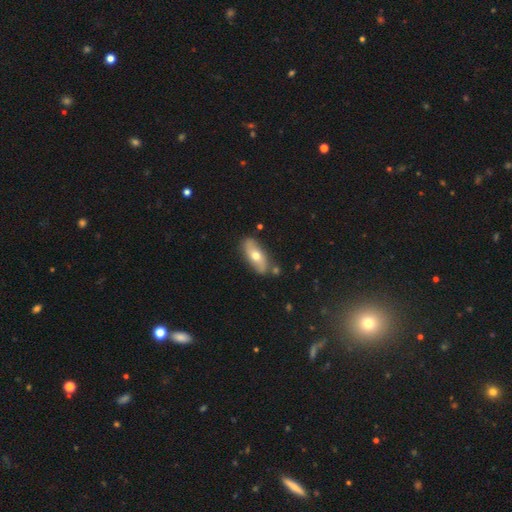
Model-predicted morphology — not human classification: Smooth or featured? Predicted: smooth (p=0.50). How rounded? Predicted: in between (p=0.77). Merging? Predicted: none (p=0.79).